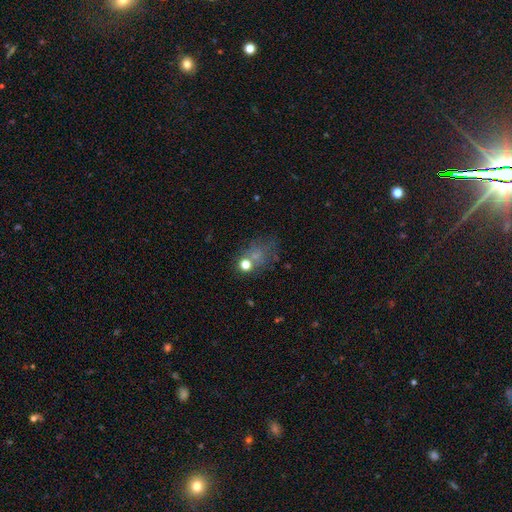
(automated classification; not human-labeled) This is possibly a smooth galaxy (46%). Merging: possibly none (49%).